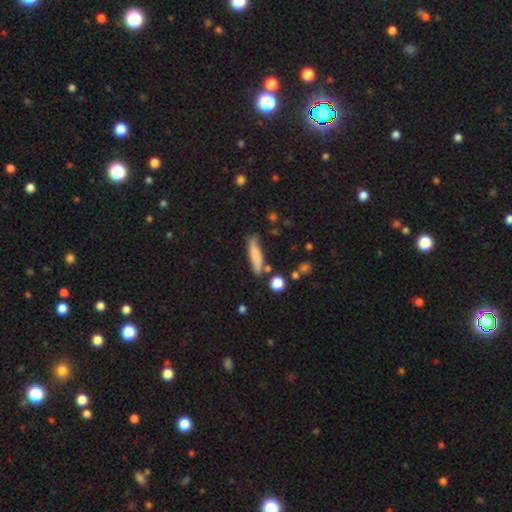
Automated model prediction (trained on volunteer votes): smooth_or_featured: smooth (p=0.69) [alt: featured or disk p=0.24]
how_rounded: cigar-shaped (p=0.70) [alt: in between p=0.27]
merging: none (p=0.70) [alt: minor disturbance p=0.19]